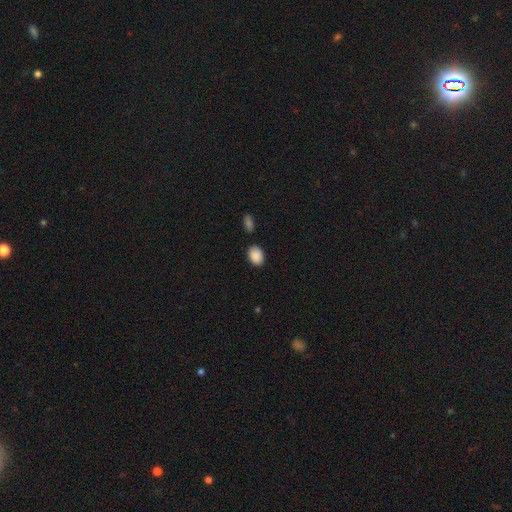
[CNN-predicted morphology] type=smooth (89%); roundness=in between (79%); merging=none (79%).